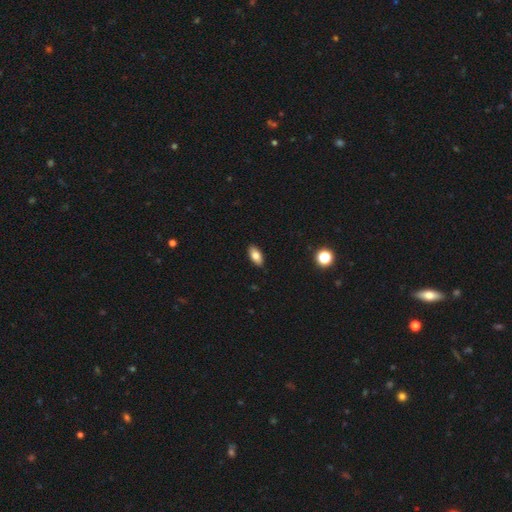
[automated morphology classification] smooth_or_featured: smooth (p=0.80) [alt: featured or disk p=0.13]
how_rounded: in between (p=0.90) [alt: cigar-shaped p=0.07]
merging: none (p=0.90) [alt: minor disturbance p=0.07]